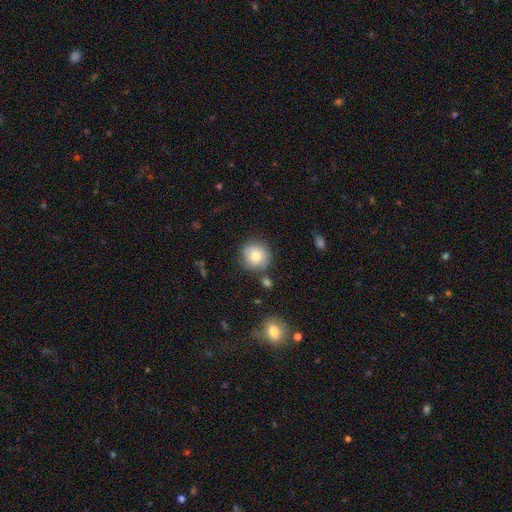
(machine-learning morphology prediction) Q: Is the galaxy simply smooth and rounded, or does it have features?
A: smooth — 81%.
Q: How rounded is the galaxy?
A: round — 94%.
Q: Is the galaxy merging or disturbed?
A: none — 80%.